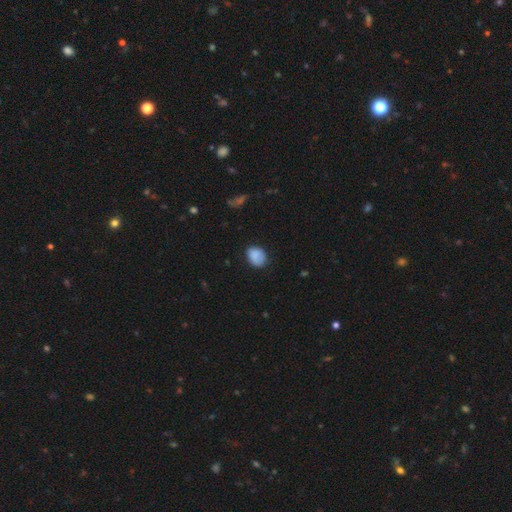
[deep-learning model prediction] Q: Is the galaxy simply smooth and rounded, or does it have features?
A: smooth — 85%.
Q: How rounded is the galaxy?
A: in between — 59%.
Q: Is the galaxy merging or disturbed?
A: none — 68%.